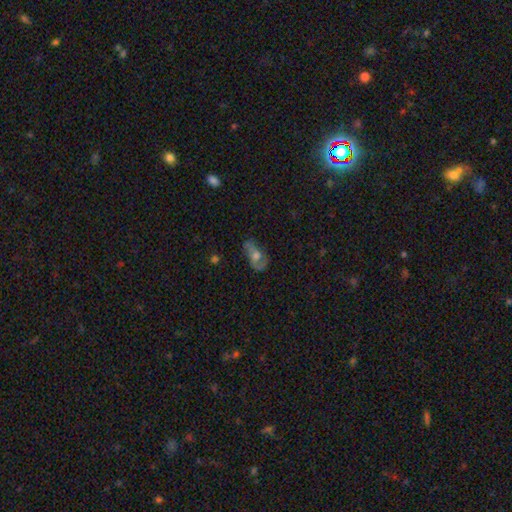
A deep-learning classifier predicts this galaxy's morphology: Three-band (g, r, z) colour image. It shows a featured or disk galaxy (60%) with no bar (66%), spiral arms (66%) and a moderate central bulge (61%). Merging: none (54%).